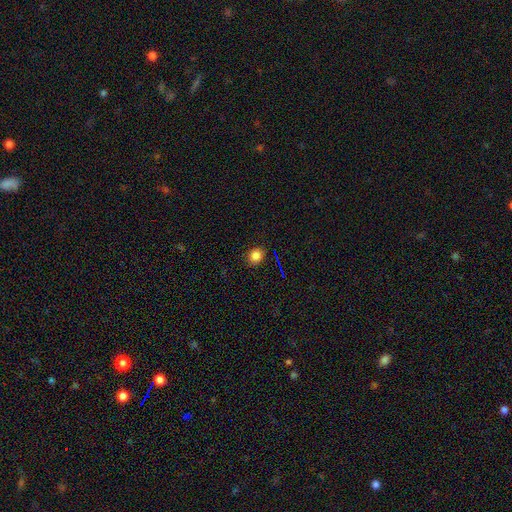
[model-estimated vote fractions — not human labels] This appears to be a smooth galaxy with no disk features (81%) that is round (74%). Merging: none (88%).